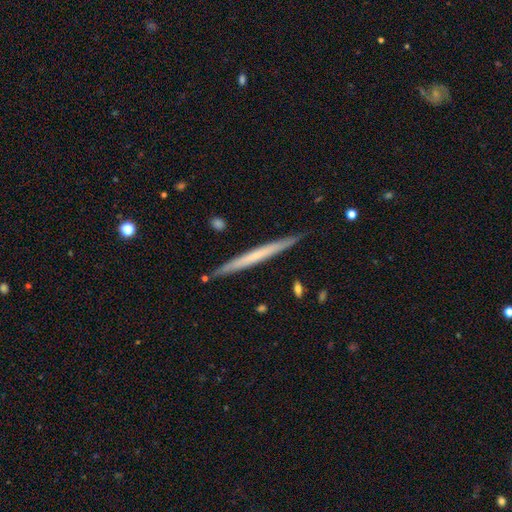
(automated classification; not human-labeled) Morphology: type=featured or disk (51%); edge-on=yes (97%); merging=none (89%).